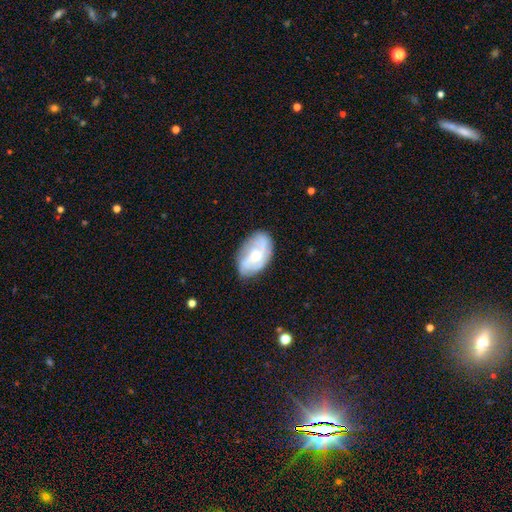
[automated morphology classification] type=featured or disk (61%); edge-on=no (96%); bar=no (66%); spiral arms=yes (81%); bulge=moderate (51%); merging=none (69%).